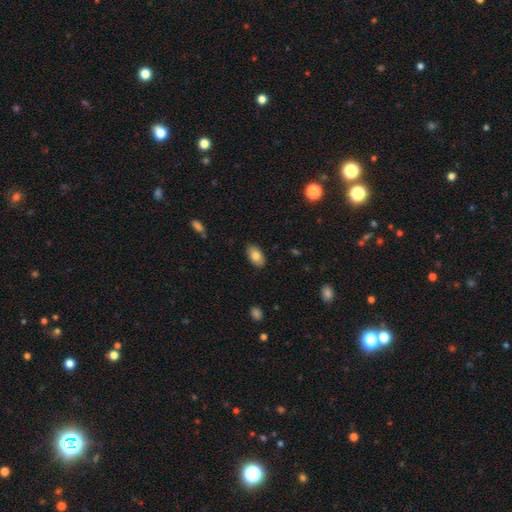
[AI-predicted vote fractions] This is clearly a smooth galaxy (82%). How rounded: clearly in between (93%). Merging: clearly none (86%).